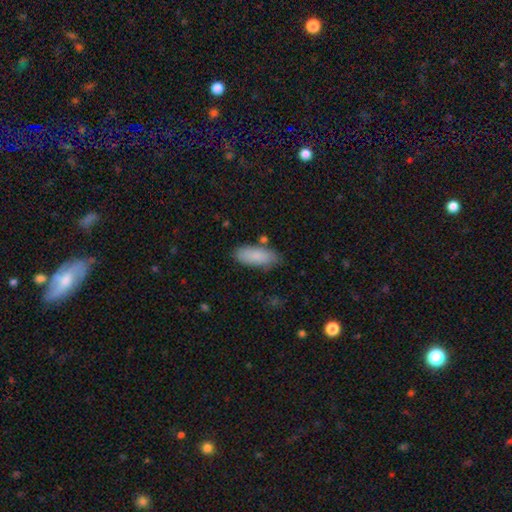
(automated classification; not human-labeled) Smooth or featured? Predicted: smooth (p=0.87). How rounded? Predicted: in between (p=0.81). Merging? Predicted: none (p=0.78).